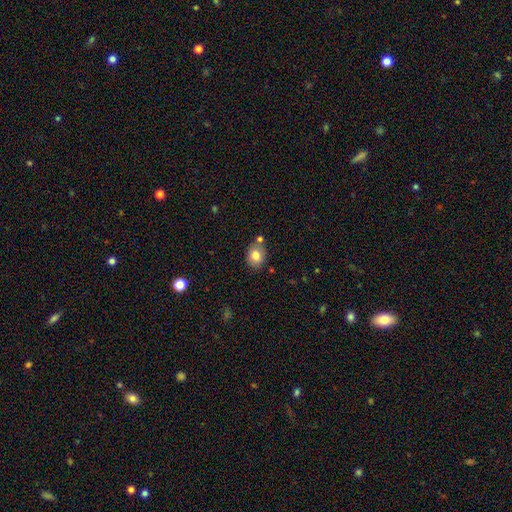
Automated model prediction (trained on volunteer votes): Smooth or featured? smooth (80%)
How rounded? round (50%)
Merging? none (72%)